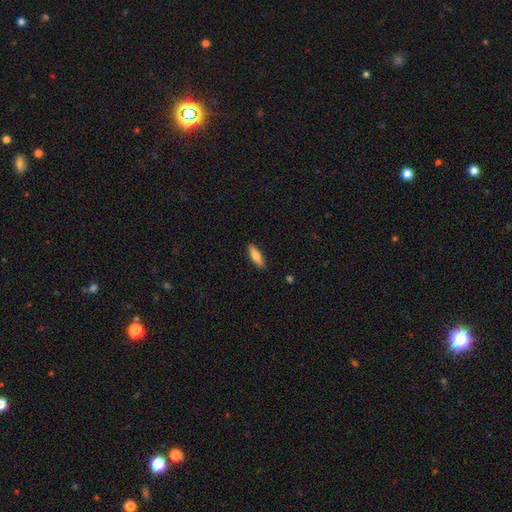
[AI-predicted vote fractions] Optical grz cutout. It shows a smooth galaxy with no disk features (74%) that is cigar-shaped (58%). Merging: none (89%).